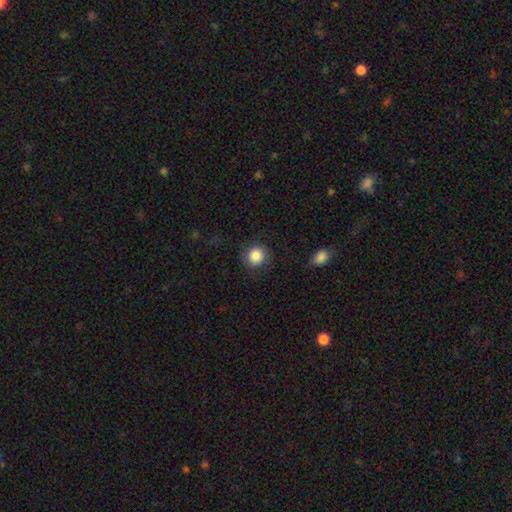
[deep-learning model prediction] Smooth or featured? smooth (85%)
How rounded? round (89%)
Merging? none (84%)